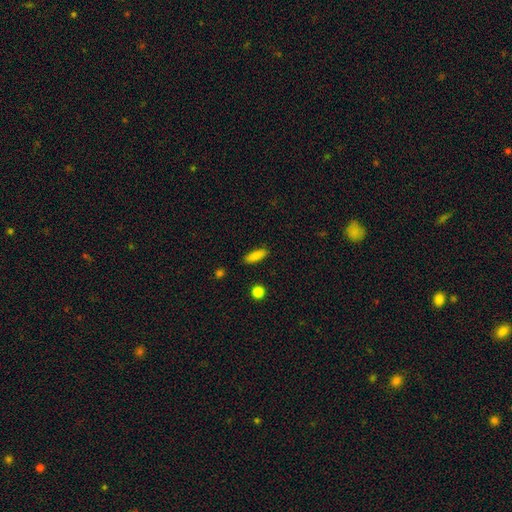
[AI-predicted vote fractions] The model was most divided on "how rounded": in between: 57%, cigar-shaped: 40%, round: 2%. More confident: merging — none (88%); smooth or featured — smooth (86%).